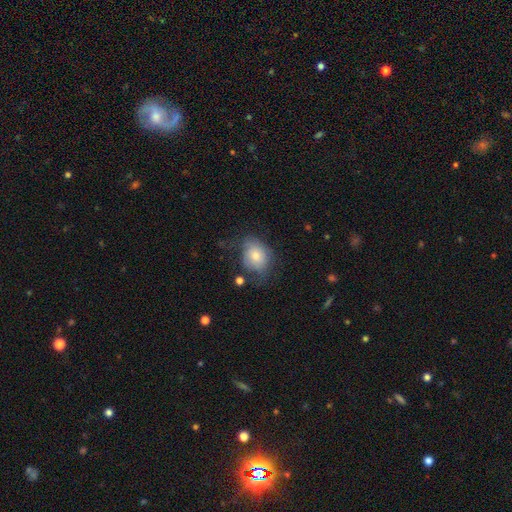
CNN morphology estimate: A smooth galaxy with no disk features (68%) that is in between round and cigar-shaped (53%).

Vote fractions:
- Smooth or featured? smooth: 68% / featured or disk: 24% / star or artifact: 8%
- How rounded? in between: 53% / round: 46% / cigar-shaped: 1%
- Merging? none: 42% / minor disturbance: 33% / major disturbance: 21% / merger: 3%